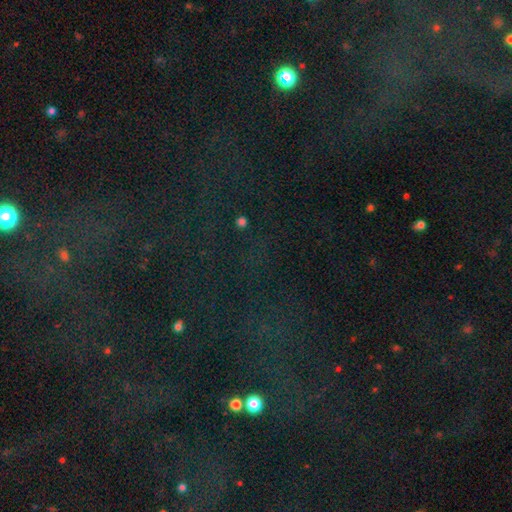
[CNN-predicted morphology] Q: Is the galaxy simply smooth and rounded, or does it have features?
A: star or artifact — 74%.